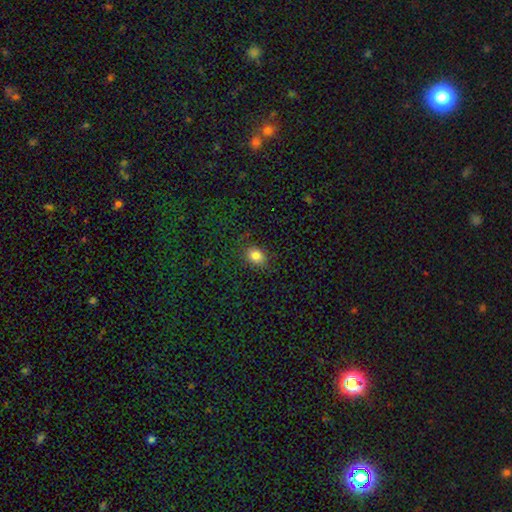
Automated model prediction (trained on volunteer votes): Morphology: type=smooth (82%); roundness=in between (53%); merging=none (83%).